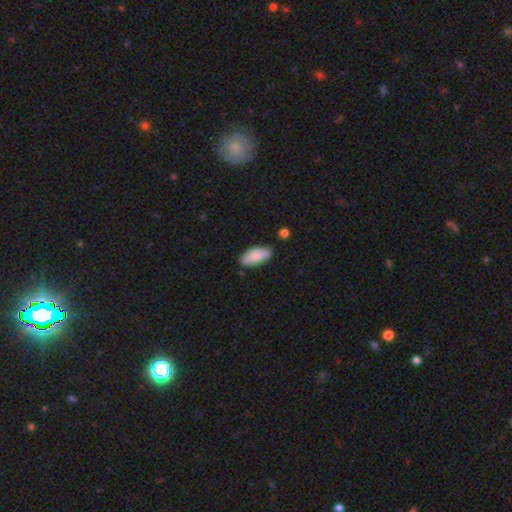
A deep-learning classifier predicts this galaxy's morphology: Smooth or featured? Predicted: smooth (p=0.79). How rounded? Predicted: in between (p=0.91). Merging? Predicted: none (p=0.76).